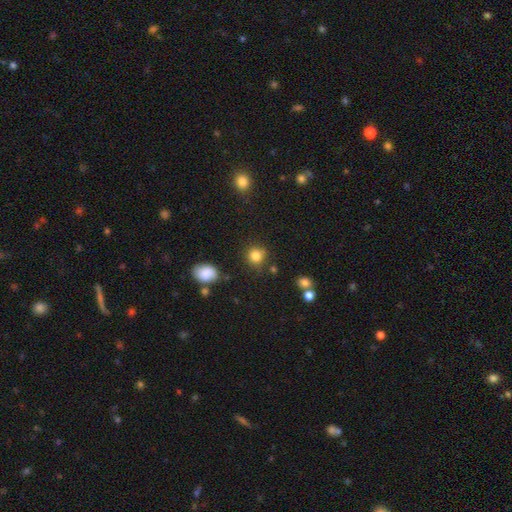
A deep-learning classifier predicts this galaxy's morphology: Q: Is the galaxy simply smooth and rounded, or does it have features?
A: smooth — 83%.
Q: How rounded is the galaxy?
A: round — 87%.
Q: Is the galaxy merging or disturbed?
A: none — 80%.